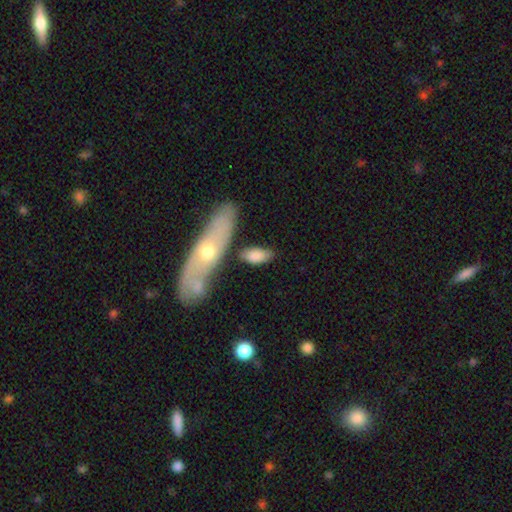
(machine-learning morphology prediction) smooth_or_featured: smooth (p=0.78) [alt: featured or disk p=0.16]
how_rounded: in between (p=0.84) [alt: cigar-shaped p=0.12]
merging: none (p=0.68) [alt: minor disturbance p=0.17]